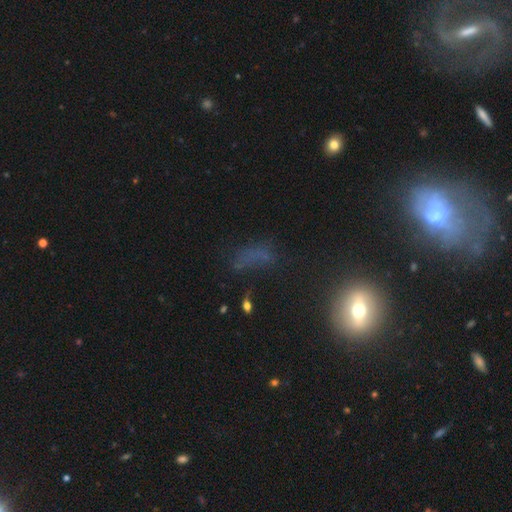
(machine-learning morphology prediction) A smooth galaxy with no disk features (41%). Merging: none (48%).